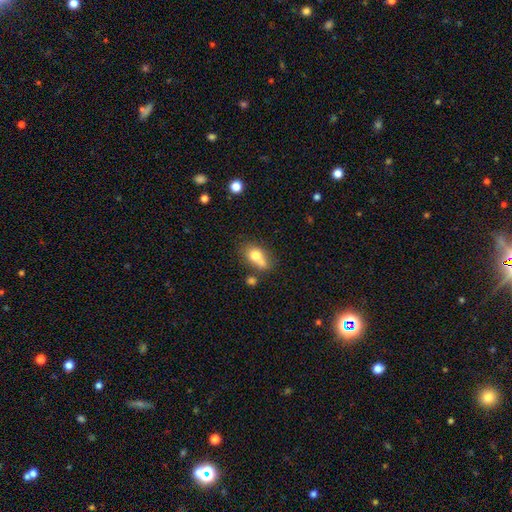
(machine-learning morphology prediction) This appears to be a smooth galaxy with no disk features (74%) that is in between round and cigar-shaped (67%). Merging: none (40%).